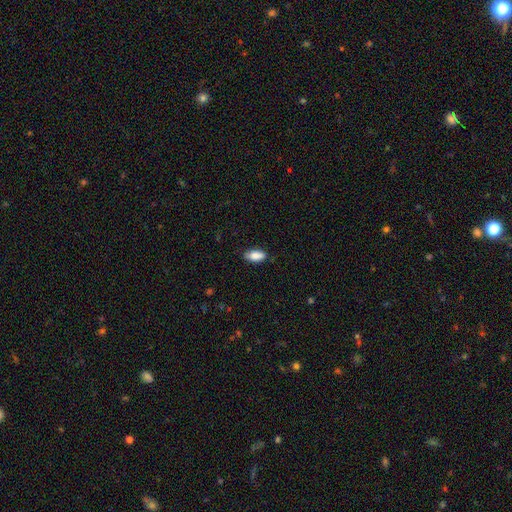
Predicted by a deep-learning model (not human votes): Overall: smooth (85%). How rounded: in between (89%). Merging: none (83%).